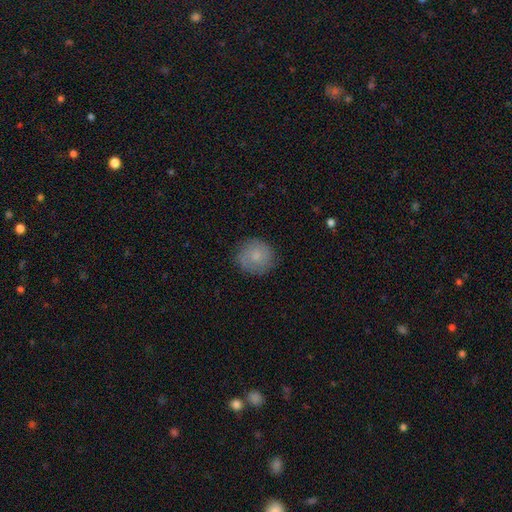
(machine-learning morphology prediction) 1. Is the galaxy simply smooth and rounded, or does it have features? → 72% smooth, 19% featured or disk, 8% star or artifact.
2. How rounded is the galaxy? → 88% round, 10% in between, 1% cigar-shaped.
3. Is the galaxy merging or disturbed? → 82% none, 14% minor disturbance, 4% major disturbance, 1% merger.